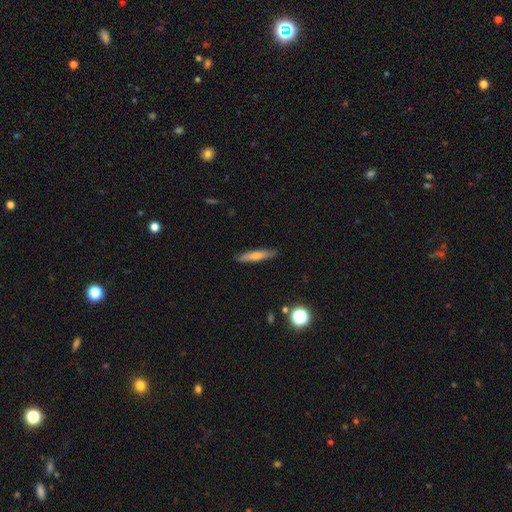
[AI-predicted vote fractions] Overall: smooth (62%; featured or disk 31%). How rounded: cigar-shaped (88%). Merging: none (89%).